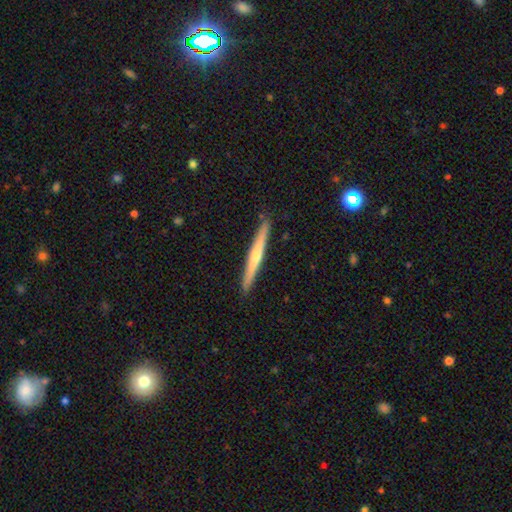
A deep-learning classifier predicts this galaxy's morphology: smooth-or-featured: featured or disk: 66% | smooth: 29% | star or artifact: 6%
  disk-edge-on: yes: 98% | no: 2%
    edge-on-bulge: rounded: 72% | none: 23% | boxy: 5%
  merging: none: 92% | minor disturbance: 6% | major disturbance: 1% | merger: 1%